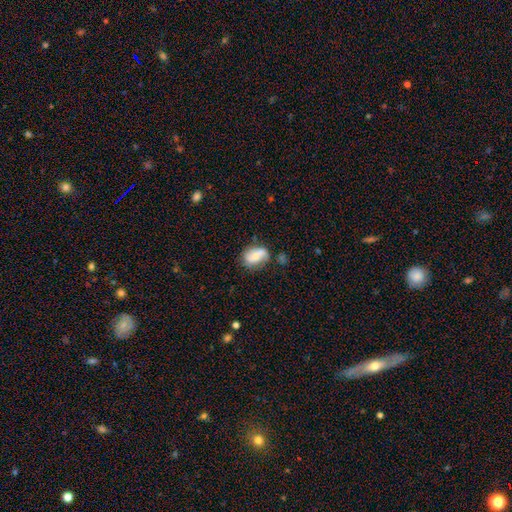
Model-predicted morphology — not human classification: smooth-or-featured: featured or disk: 46% (tied) | smooth: 46% (tied) | star or artifact: 8%
  merging: none: 60% | minor disturbance: 24% | major disturbance: 8% | merger: 8%